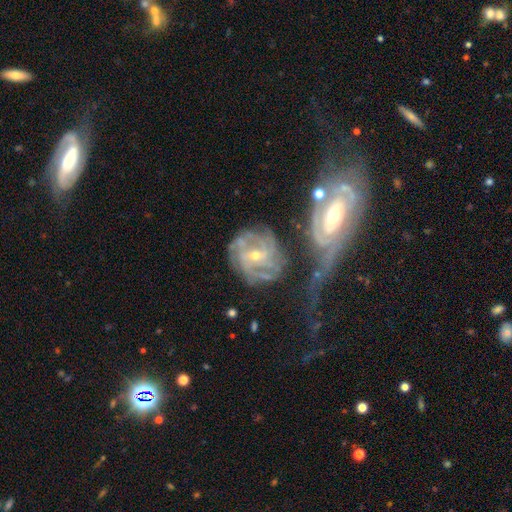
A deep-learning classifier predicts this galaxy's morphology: This appears to be a featured or disk galaxy (88%) with a weak bar (41%, tied with no), 3 (26%) tight (62%) spiral arms (96%) and a small central bulge (59%). Merging: none (38%).